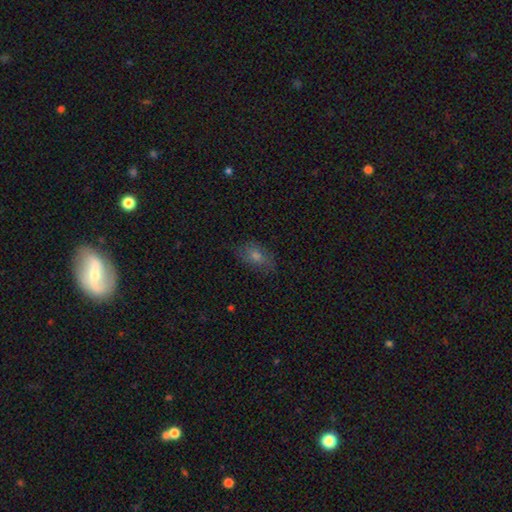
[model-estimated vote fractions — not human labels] Smooth or featured: smooth — 61% (featured or disk — 21%)
How rounded: in between — 80% (round — 16%)
Merging: none — 76% (minor disturbance — 17%)